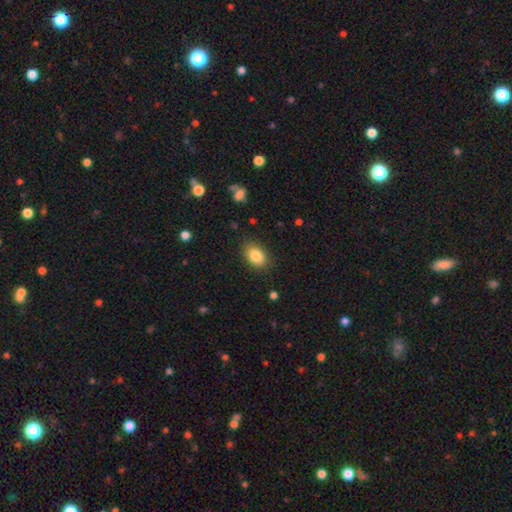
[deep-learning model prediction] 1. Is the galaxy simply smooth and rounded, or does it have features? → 85% smooth, 8% star or artifact, 7% featured or disk.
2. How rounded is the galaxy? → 79% in between, 19% round, 1% cigar-shaped.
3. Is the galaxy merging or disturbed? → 83% none, 13% minor disturbance, 3% major disturbance, 1% merger.